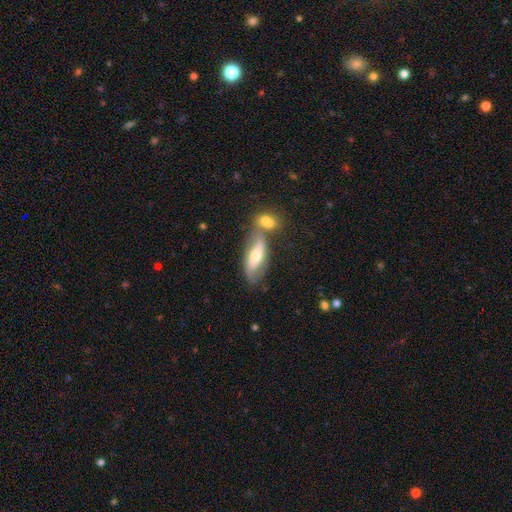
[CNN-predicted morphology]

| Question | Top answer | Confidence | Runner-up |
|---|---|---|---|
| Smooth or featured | featured or disk | 49% | smooth (44%) |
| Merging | none | 42% | merger (37%) |